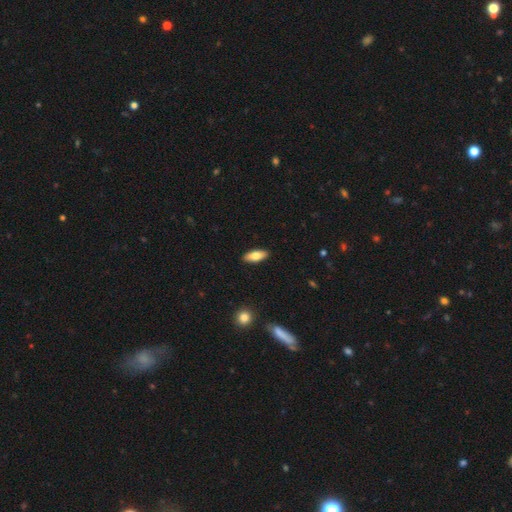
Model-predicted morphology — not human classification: Q: Smooth or featured?
A: smooth (76%); runner-up: featured or disk (18%)
Q: How rounded?
A: in between (79%); runner-up: cigar-shaped (18%)
Q: Merging?
A: none (90%); runner-up: minor disturbance (7%)